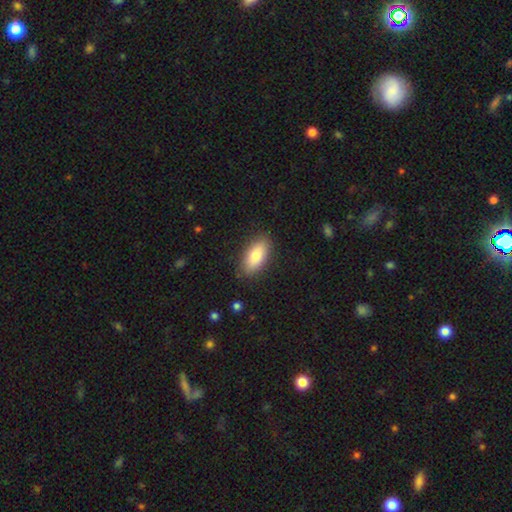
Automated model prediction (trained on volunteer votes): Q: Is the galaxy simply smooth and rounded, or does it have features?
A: smooth — 81%.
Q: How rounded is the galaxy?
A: in between — 86%.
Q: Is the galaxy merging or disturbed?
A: none — 87%.